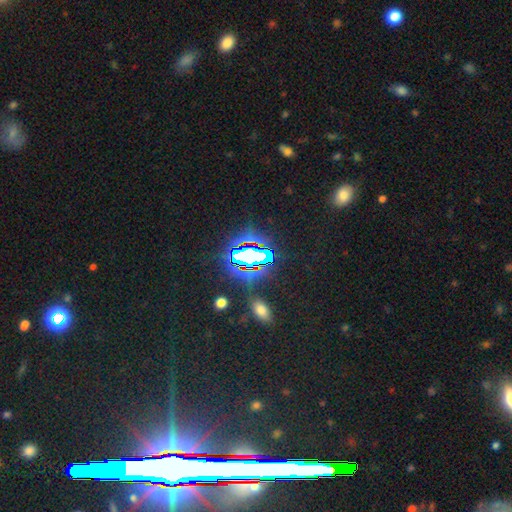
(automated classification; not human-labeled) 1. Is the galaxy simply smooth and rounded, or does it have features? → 69% star or artifact, 19% smooth, 12% featured or disk.